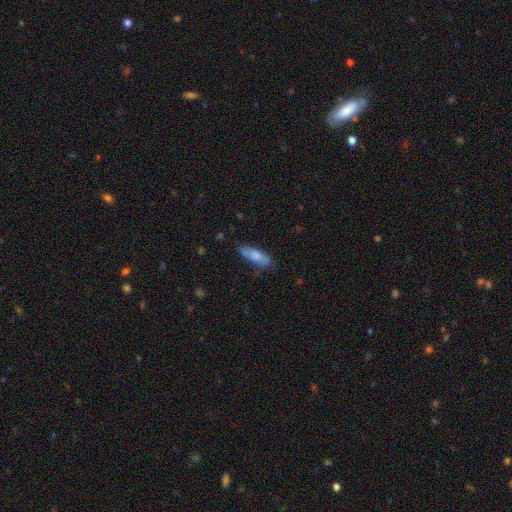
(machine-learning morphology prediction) smooth 73%, featured or disk 21%, star or artifact 6%. Down the decision tree: how rounded — in between (50%); merging — none (67%).